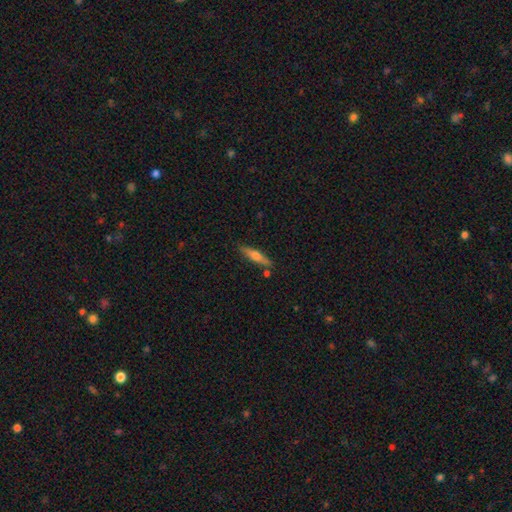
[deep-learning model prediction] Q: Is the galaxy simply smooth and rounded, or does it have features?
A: featured or disk — 49%.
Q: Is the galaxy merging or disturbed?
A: none — 82%.